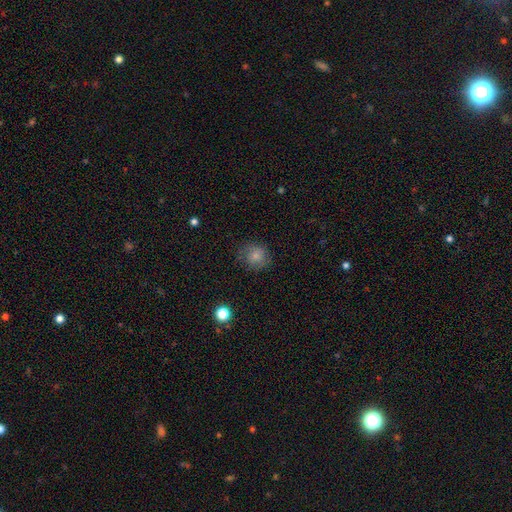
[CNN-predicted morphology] Q: Smooth or featured?
A: smooth (76%); runner-up: featured or disk (14%)
Q: How rounded?
A: round (85%); runner-up: in between (14%)
Q: Merging?
A: none (72%); runner-up: minor disturbance (19%)